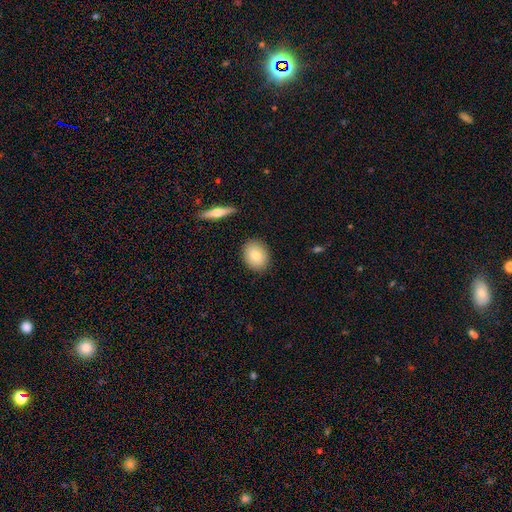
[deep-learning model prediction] Smooth or featured? Predicted: smooth (p=0.78). How rounded? Predicted: in between (p=0.52). Merging? Predicted: none (p=0.88).